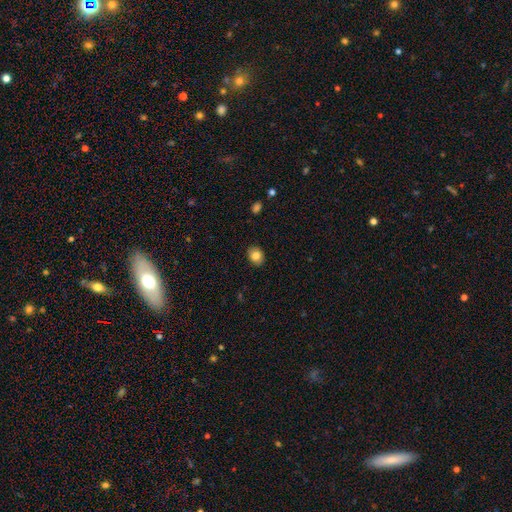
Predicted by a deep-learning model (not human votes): A smooth galaxy with no disk features (83%) that is round (51%).

Vote fractions:
- Smooth or featured? smooth: 83% / star or artifact: 9% / featured or disk: 8%
- How rounded? round: 51% / in between: 48% / cigar-shaped: 1%
- Merging? none: 87% / minor disturbance: 9% / major disturbance: 2% / merger: 1%